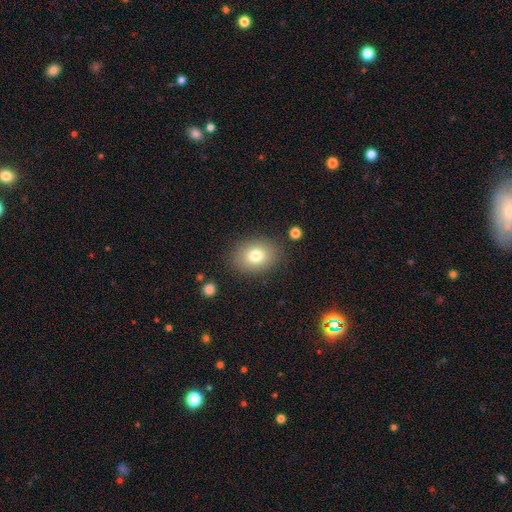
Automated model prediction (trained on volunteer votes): This is likely a smooth galaxy (79%). How rounded: likely in between (61%). Merging: clearly none (84%).